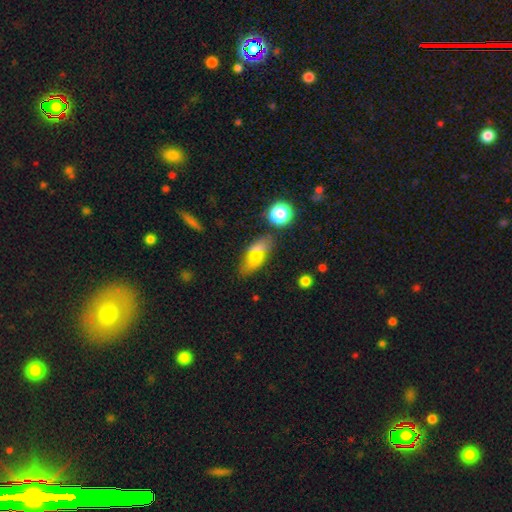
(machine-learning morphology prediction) This appears to be a smooth galaxy with no disk features (68%) that is in between round and cigar-shaped (76%). Merging: none (69%).